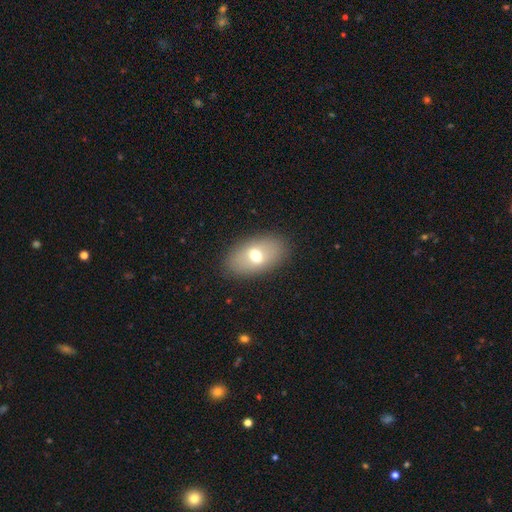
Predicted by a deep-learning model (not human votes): A smooth galaxy with no disk features (62%) that is in between round and cigar-shaped (89%). Merging: none (86%).